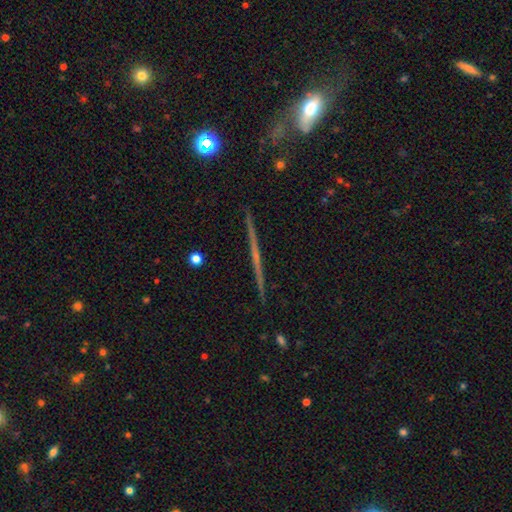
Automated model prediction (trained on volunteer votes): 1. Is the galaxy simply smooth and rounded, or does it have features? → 74% featured or disk, 17% smooth, 9% star or artifact.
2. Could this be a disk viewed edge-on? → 98% yes, 2% no.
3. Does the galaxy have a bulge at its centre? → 67% none, 25% rounded, 8% boxy.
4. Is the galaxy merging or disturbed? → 92% none, 5% minor disturbance, 1% merger, 1% major disturbance.